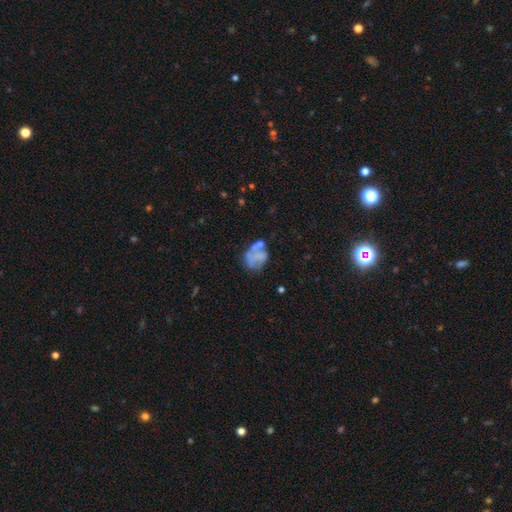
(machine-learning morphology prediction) Smooth or featured: featured or disk — 48% (smooth — 40%)
Merging: none — 34% (major disturbance — 25%)